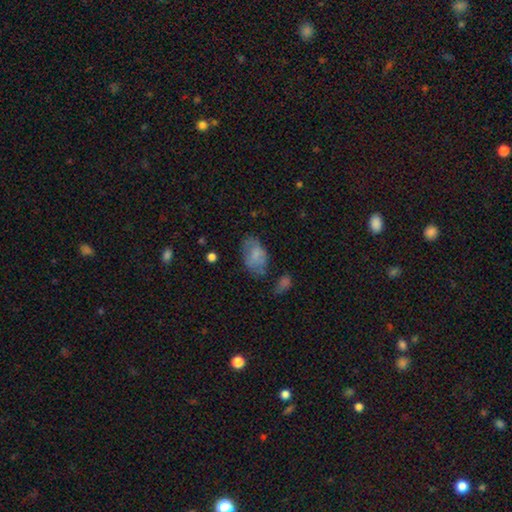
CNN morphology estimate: The model was most divided on "merging": none: 52%, minor disturbance: 28%, major disturbance: 14%, merger: 5%. More confident: how rounded — in between (90%); smooth or featured — smooth (69%).